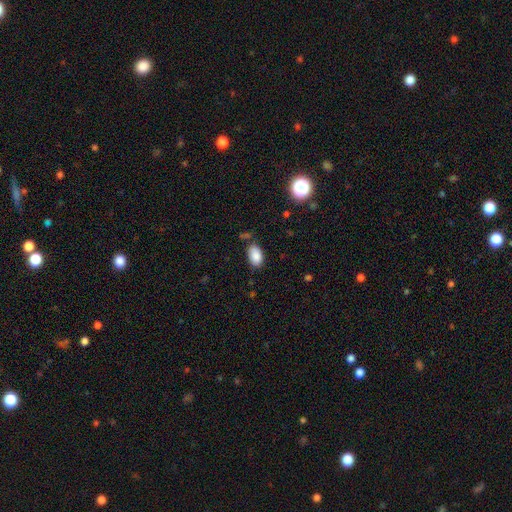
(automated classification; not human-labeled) smooth-or-featured: smooth: 87% | star or artifact: 8% | featured or disk: 4%
  how-rounded: in between: 92% | round: 6% | cigar-shaped: 1%
  merging: none: 77% | minor disturbance: 16% | merger: 4% | major disturbance: 4%